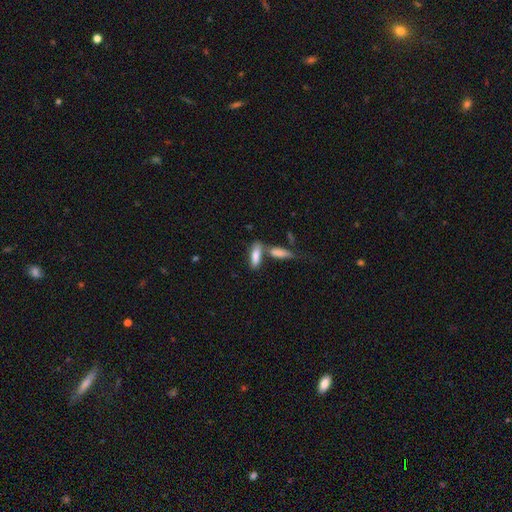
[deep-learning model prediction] Q: Smooth or featured?
A: smooth (78%); runner-up: featured or disk (15%)
Q: How rounded?
A: in between (52%); runner-up: cigar-shaped (45%)
Q: Merging?
A: none (45%); runner-up: merger (39%)